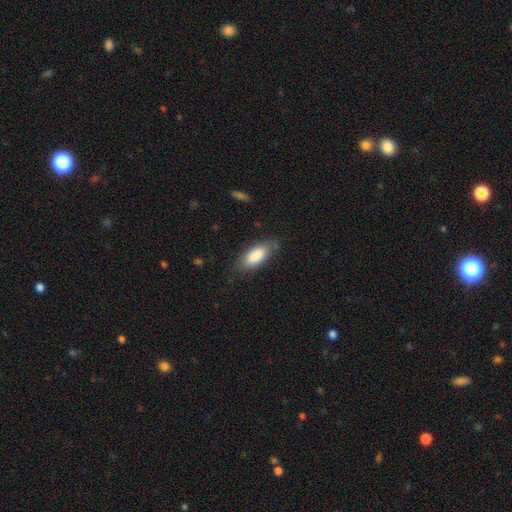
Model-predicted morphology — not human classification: type=smooth (85%); roundness=in between (85%); merging=none (77%).